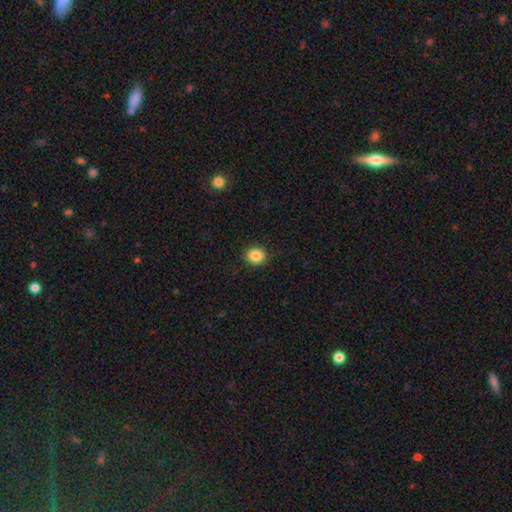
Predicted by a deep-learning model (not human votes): Smooth or featured? smooth (86%)
How rounded? round (78%)
Merging? none (89%)